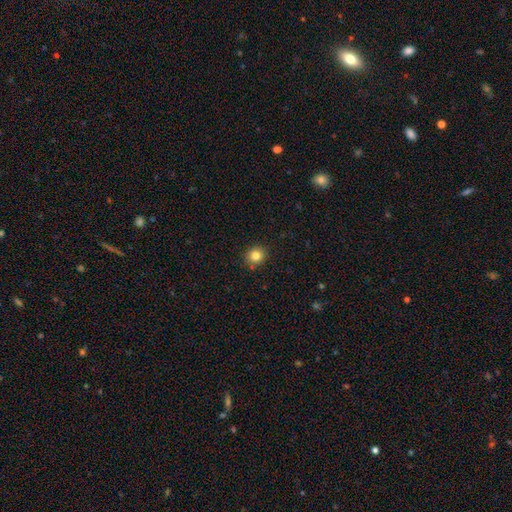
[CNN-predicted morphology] type=smooth (82%); roundness=round (86%); merging=none (88%).